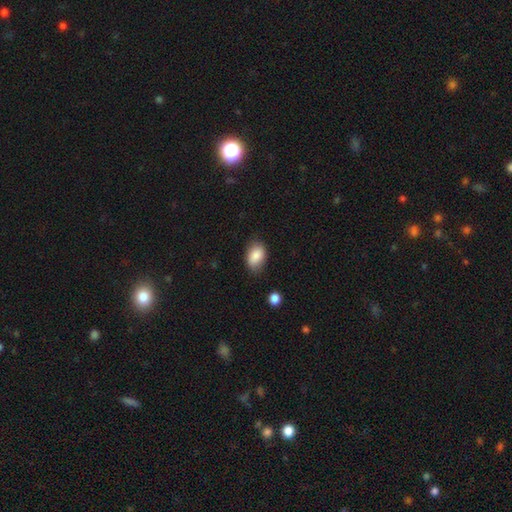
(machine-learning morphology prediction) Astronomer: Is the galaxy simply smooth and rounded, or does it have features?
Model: smooth — 86%.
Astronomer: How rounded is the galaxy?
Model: in between — 87%.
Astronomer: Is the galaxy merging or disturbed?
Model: none — 75%.